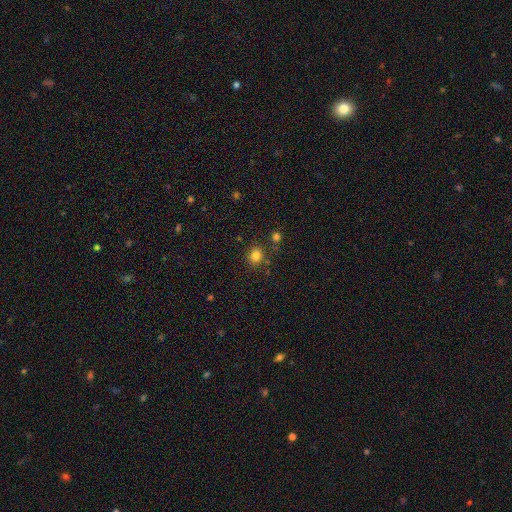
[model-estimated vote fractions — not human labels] Smooth or featured? Predicted: smooth (p=0.82). How rounded? Predicted: round (p=0.70). Merging? Predicted: none (p=0.78).